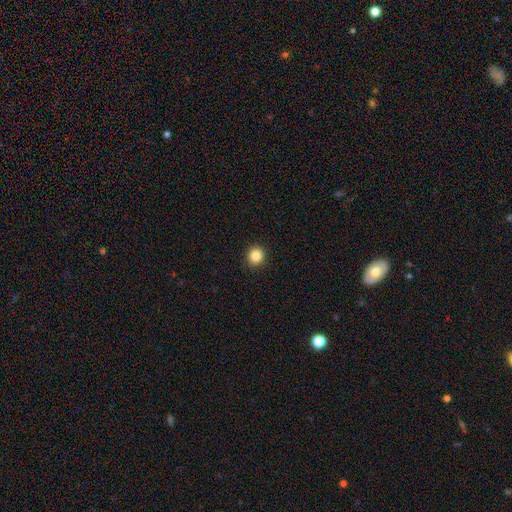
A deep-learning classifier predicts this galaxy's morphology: A smooth galaxy with no disk features (85%) that is round (90%). Merging: none (93%).